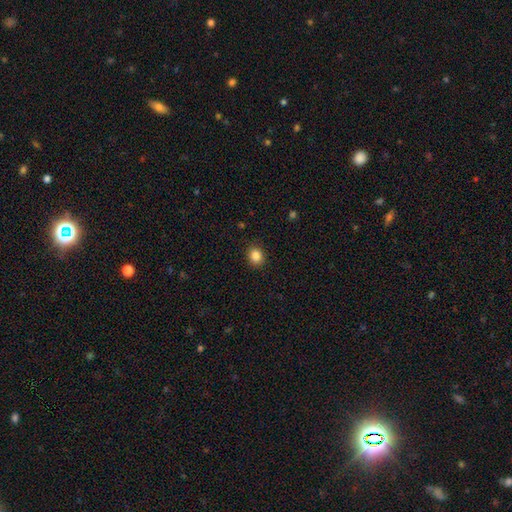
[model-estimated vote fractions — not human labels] Smooth or featured? Predicted: smooth (p=0.86). How rounded? Predicted: round (p=0.66). Merging? Predicted: none (p=0.89).